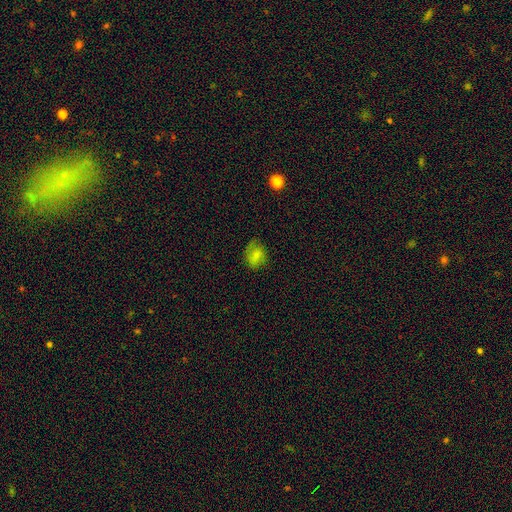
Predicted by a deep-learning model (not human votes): The model was most divided on "how rounded": in between: 62%, round: 37%, cigar-shaped: 1%. More confident: smooth or featured — smooth (71%); merging — none (64%).